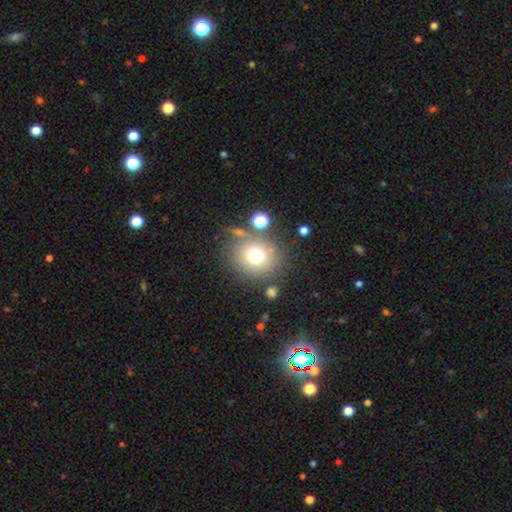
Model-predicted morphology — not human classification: smooth 72%, star or artifact 15%, featured or disk 14%. Down the decision tree: how rounded — round (83%); merging — none (72%).